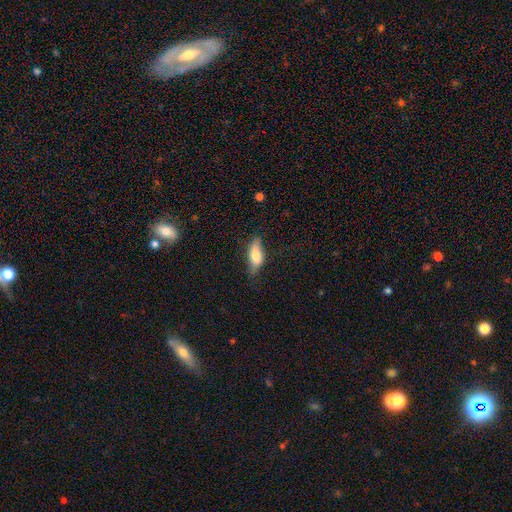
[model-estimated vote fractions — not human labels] Smooth or featured? smooth (68%)
How rounded? in between (73%)
Merging? none (66%)